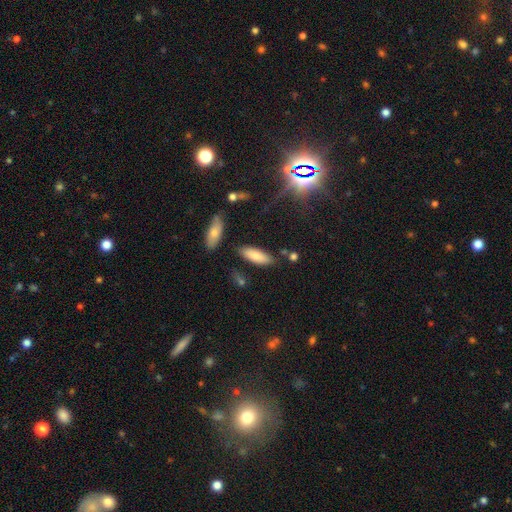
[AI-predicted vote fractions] smooth-or-featured: smooth: 81% | featured or disk: 11% | star or artifact: 7%
  how-rounded: in between: 69% | cigar-shaped: 29% | round: 2%
  merging: none: 79% | minor disturbance: 13% | merger: 5% | major disturbance: 3%